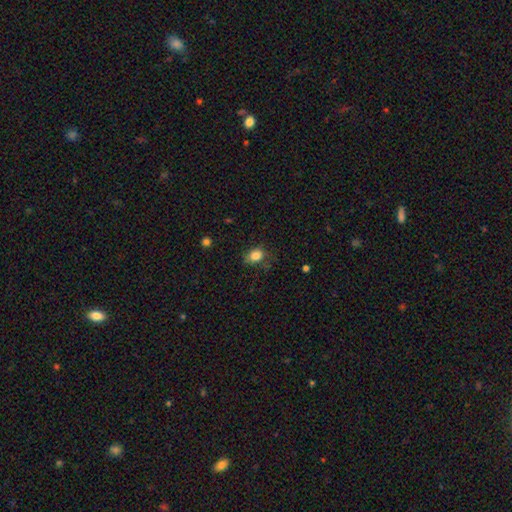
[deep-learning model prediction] smooth-or-featured: smooth: 82% | star or artifact: 11% | featured or disk: 7%
  how-rounded: in between: 58% | round: 41% | cigar-shaped: 1%
  merging: none: 67% | minor disturbance: 24% | major disturbance: 8% | merger: 2%